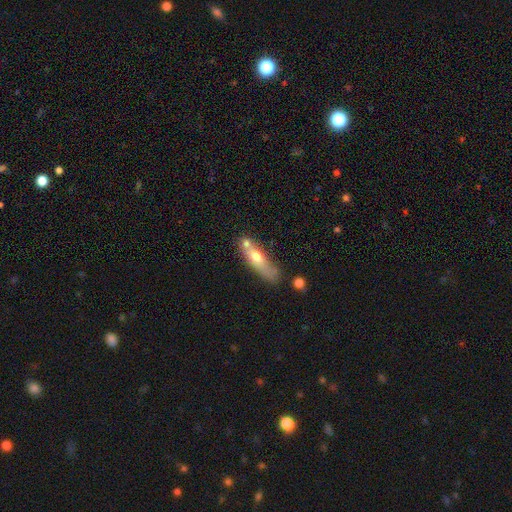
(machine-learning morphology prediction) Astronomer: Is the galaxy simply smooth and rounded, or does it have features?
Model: smooth — 59%.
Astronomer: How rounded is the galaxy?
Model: cigar-shaped — 59% (runner-up: in between, 37%).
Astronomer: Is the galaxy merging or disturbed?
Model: none — 49%.